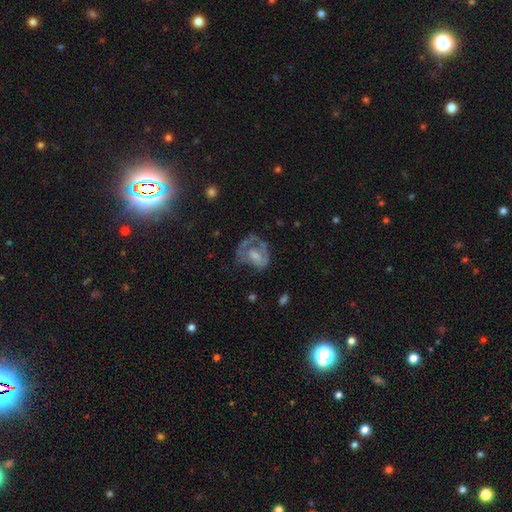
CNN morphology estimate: featured or disk 55%, smooth 36%, star or artifact 9%. Down the decision tree: edge-on disk — no (97%); bar — no (67%); spiral arms — no (59%); bulge size — moderate (38%); merging — major disturbance (41%).